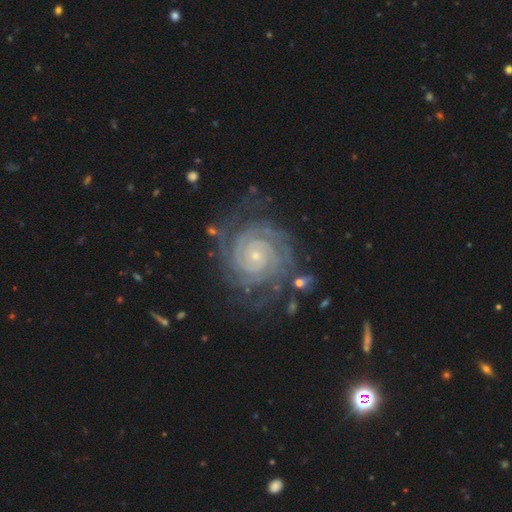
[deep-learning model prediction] Smooth or featured?
  - featured or disk: 91% *
  - star or artifact: 5%
  - smooth: 3%
Edge-on disk?
  - no: 98% *
  - yes: 2%
Bar?
  - no: 75% *
  - weak: 17%
  - strong: 8%
Spiral arms?
  - yes: 99% *
  - no: 1%
Spiral winding?
  - tight: 87% *
  - medium: 12%
  - loose: 2%
Spiral arm count?
  - 2: 38% *
  - 3: 18%
  - 4: 15%
  - can't tell: 13%
  - more than 4: 9%
  - 1: 6%
Bulge size?
  - small: 82% *
  - moderate: 14%
  - none: 2%
  - large: 1%
  - dominant: 1%
Merging?
  - none: 73% *
  - minor disturbance: 17%
  - major disturbance: 8%
  - merger: 2%